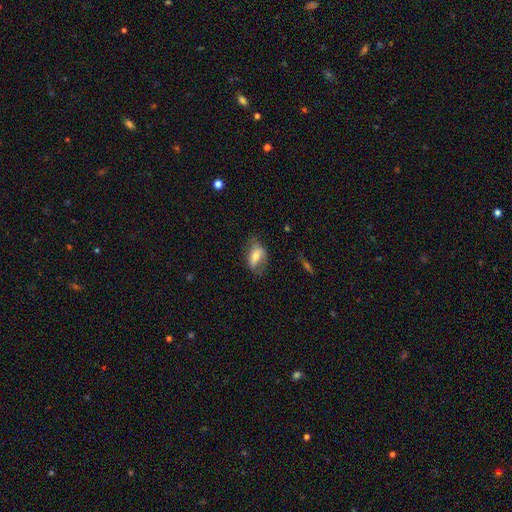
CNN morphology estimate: This is possibly a smooth galaxy (55%). How rounded: clearly in between (87%). Merging: possibly none (57%).